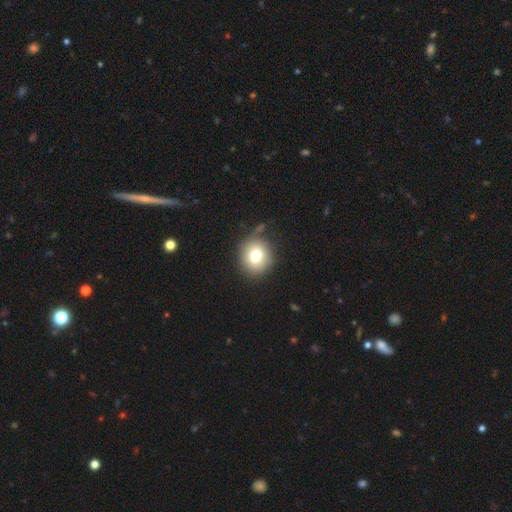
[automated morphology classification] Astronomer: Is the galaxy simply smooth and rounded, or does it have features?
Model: smooth — 76%.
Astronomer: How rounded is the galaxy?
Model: round — 86%.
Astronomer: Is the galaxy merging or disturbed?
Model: none — 80%.